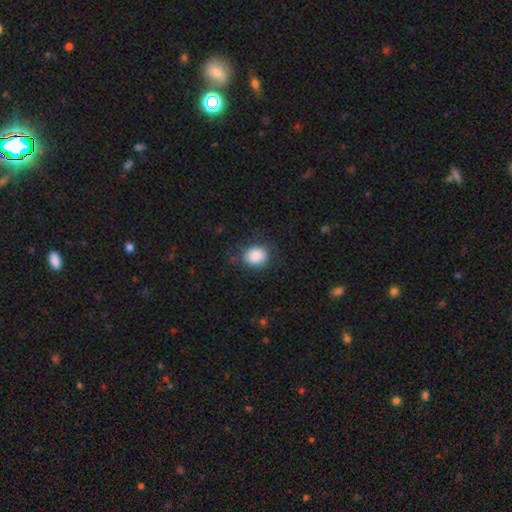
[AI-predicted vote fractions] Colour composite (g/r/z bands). It shows a smooth galaxy with no disk features (86%) that is round (57%). Merging: none (74%).